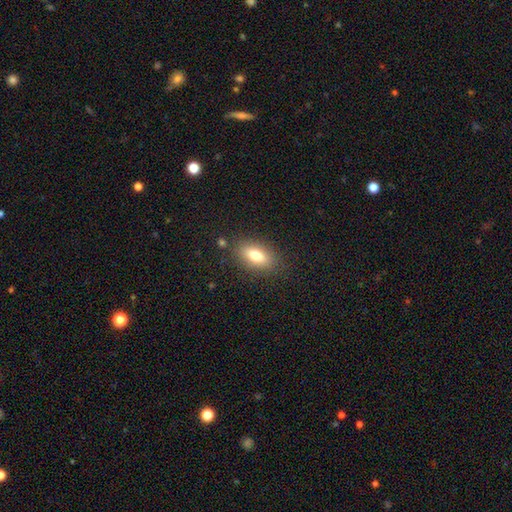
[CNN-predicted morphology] Smooth or featured: smooth — 77% (featured or disk — 14%)
How rounded: in between — 85% (cigar-shaped — 9%)
Merging: none — 84% (minor disturbance — 10%)